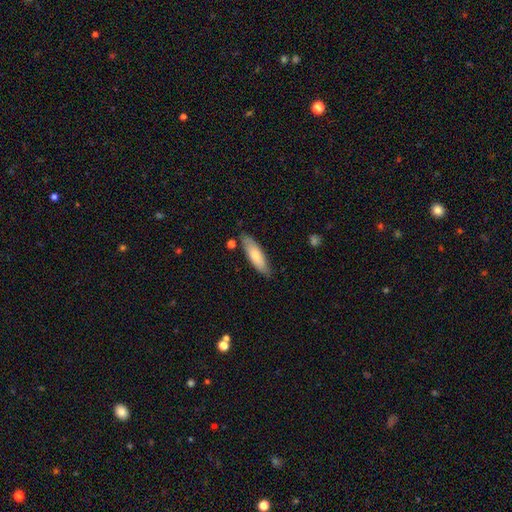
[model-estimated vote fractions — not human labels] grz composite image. It shows a smooth galaxy with no disk features (69%) that is cigar-shaped (51%). Merging: none (78%).